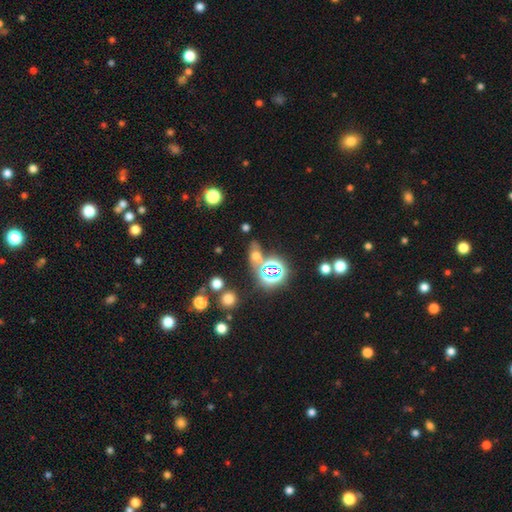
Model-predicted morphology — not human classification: This is marginally a star or artifact rather than a galaxy (42%, tied with smooth).